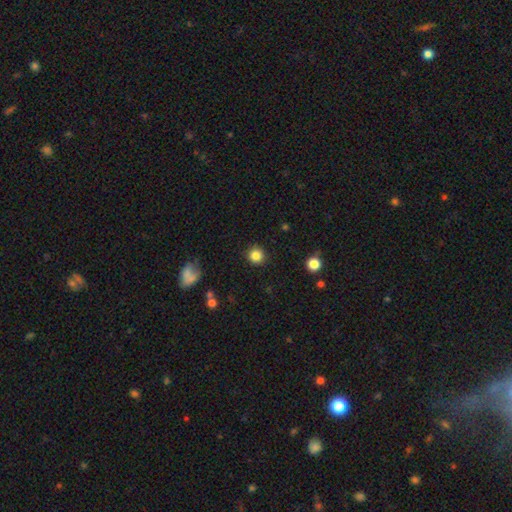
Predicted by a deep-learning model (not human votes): smooth_or_featured: smooth (p=0.84) [alt: star or artifact p=0.11]
how_rounded: round (p=0.94) [alt: in between p=0.05]
merging: none (p=0.90) [alt: minor disturbance p=0.06]